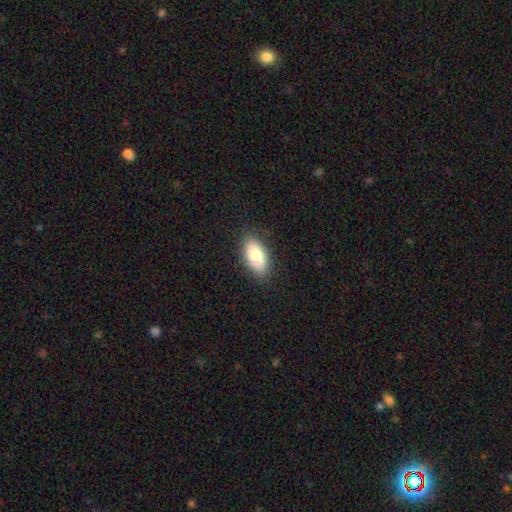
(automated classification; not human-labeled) Smooth or featured? Predicted: smooth (p=0.84). How rounded? Predicted: in between (p=0.91). Merging? Predicted: none (p=0.86).